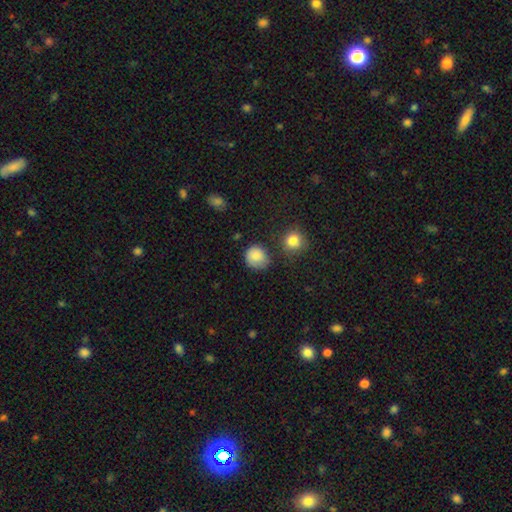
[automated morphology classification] Overall: smooth (85%). How rounded: round (84%). Merging: none (69%).